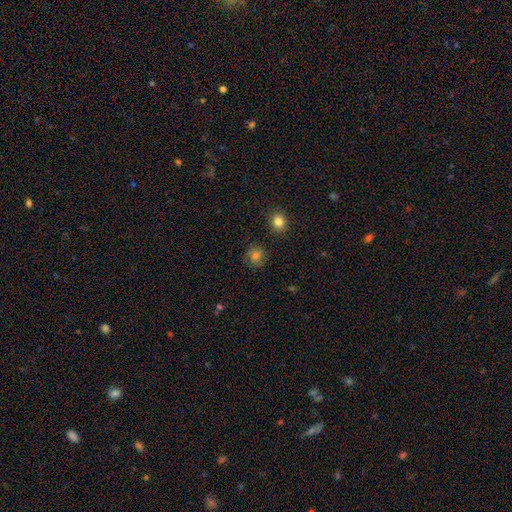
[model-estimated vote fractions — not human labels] Overall: smooth (71%). How rounded: round (87%). Merging: none (83%).